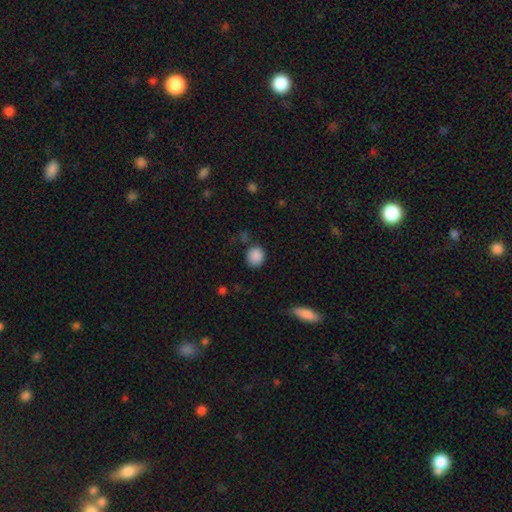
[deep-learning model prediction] Smooth or featured?
  - smooth: 88% *
  - star or artifact: 9%
  - featured or disk: 3%
How rounded?
  - round: 68% *
  - in between: 31%
  - cigar-shaped: 1%
Merging?
  - none: 79% *
  - minor disturbance: 14%
  - major disturbance: 4%
  - merger: 3%